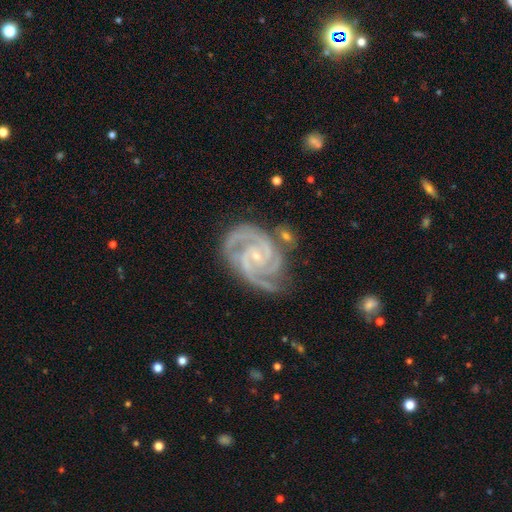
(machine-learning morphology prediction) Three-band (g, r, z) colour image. It shows a featured or disk galaxy (93%) with no bar (56%), 3 (47%) tight (67%) spiral arms (99%) and a small central bulge (81%). Merging: none (69%).